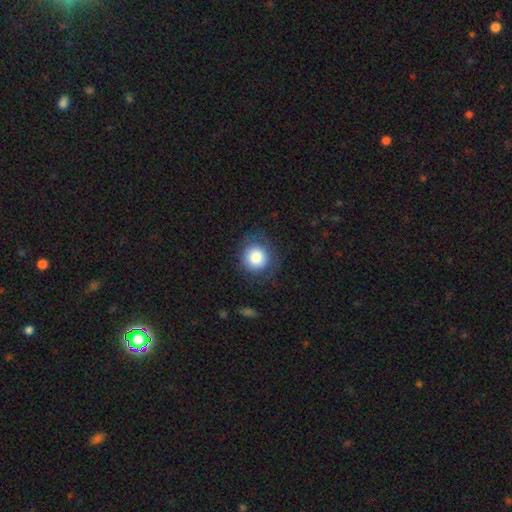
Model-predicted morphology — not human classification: Smooth or featured: smooth — 83% (featured or disk — 9%)
How rounded: round — 92% (in between — 7%)
Merging: none — 79% (minor disturbance — 14%)